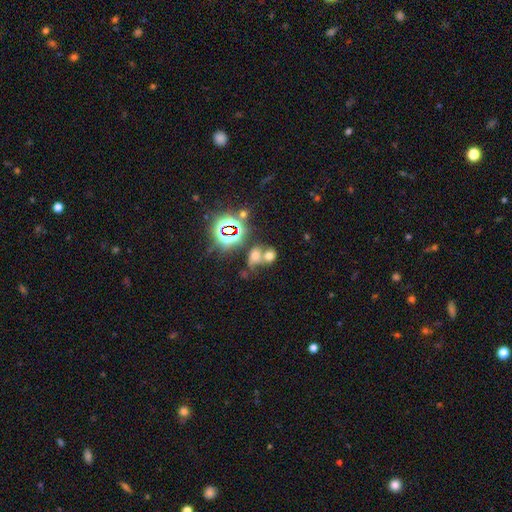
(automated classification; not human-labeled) smooth-or-featured: smooth: 52% | star or artifact: 36% | featured or disk: 12%
  how-rounded: in between: 54% | round: 43% | cigar-shaped: 2%
  merging: merger: 52% | none: 33% | minor disturbance: 9% | major disturbance: 6%